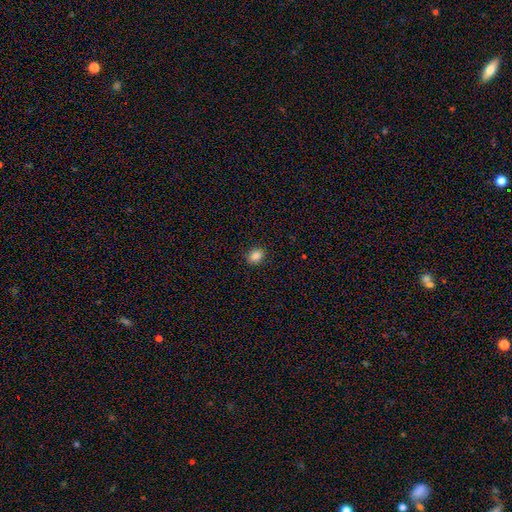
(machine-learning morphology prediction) type=smooth (86%); roundness=in between (53%); merging=none (89%).